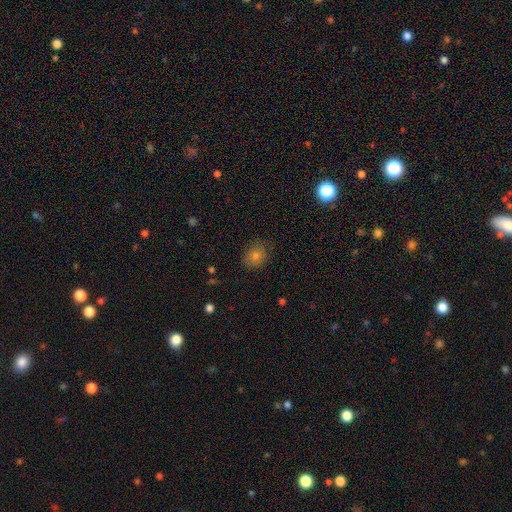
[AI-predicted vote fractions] Overall: smooth (71%). How rounded: round (56%; in between 43%). Merging: none (80%).